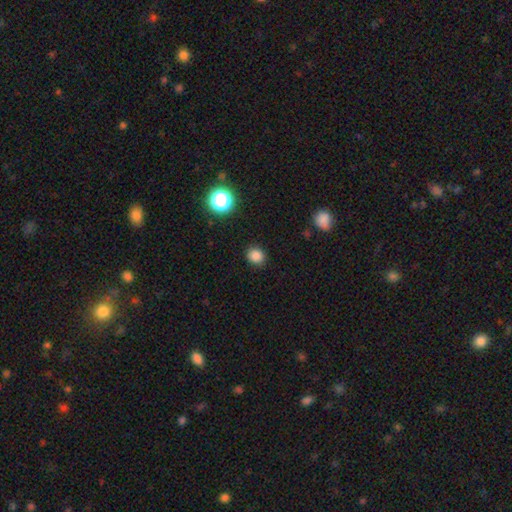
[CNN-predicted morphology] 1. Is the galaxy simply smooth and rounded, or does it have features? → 83% smooth, 13% star or artifact, 4% featured or disk.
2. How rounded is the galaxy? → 81% round, 18% in between, 1% cigar-shaped.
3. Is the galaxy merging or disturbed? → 90% none, 7% minor disturbance, 2% major disturbance, 1% merger.